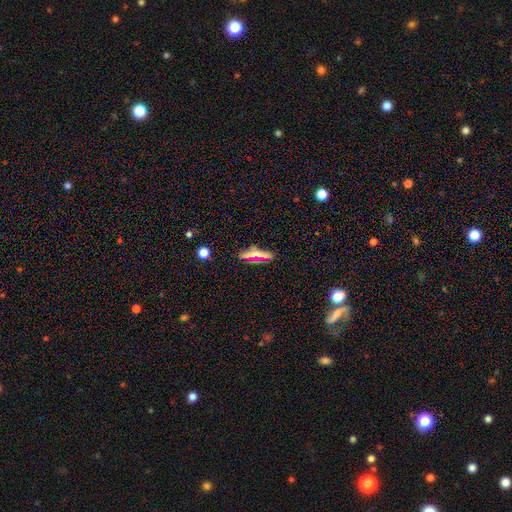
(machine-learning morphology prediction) Smooth or featured? Predicted: smooth (p=0.52). How rounded? Predicted: cigar-shaped (p=0.65). Merging? Predicted: none (p=0.87).